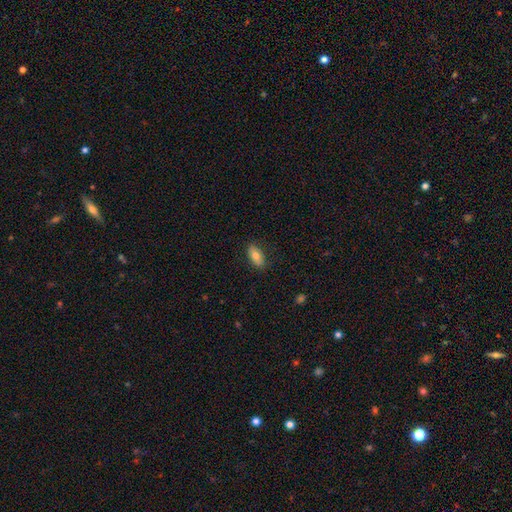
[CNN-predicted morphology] Overall: smooth (78%). How rounded: in between (89%). Merging: none (85%).